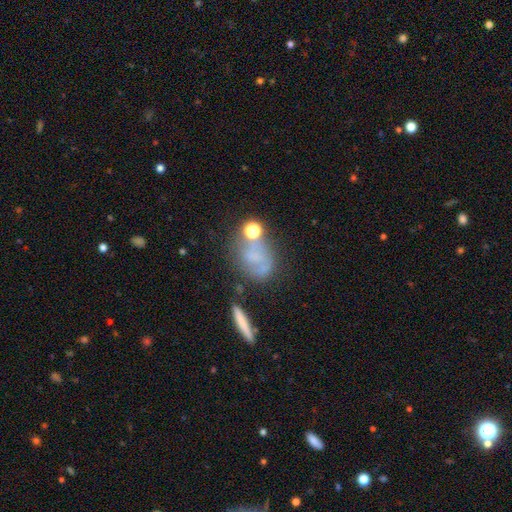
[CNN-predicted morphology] smooth-or-featured: smooth: 47% | featured or disk: 34% | star or artifact: 19%
  merging: none: 43% | minor disturbance: 21% | major disturbance: 19% | merger: 17%